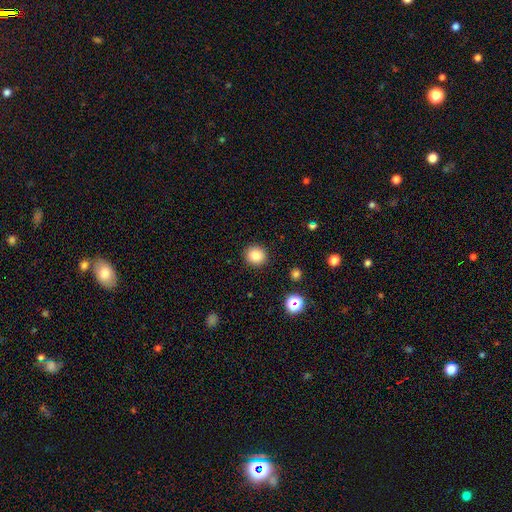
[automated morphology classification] Smooth or featured: smooth — 83% (star or artifact — 11%)
How rounded: round — 91% (in between — 8%)
Merging: none — 91% (minor disturbance — 6%)